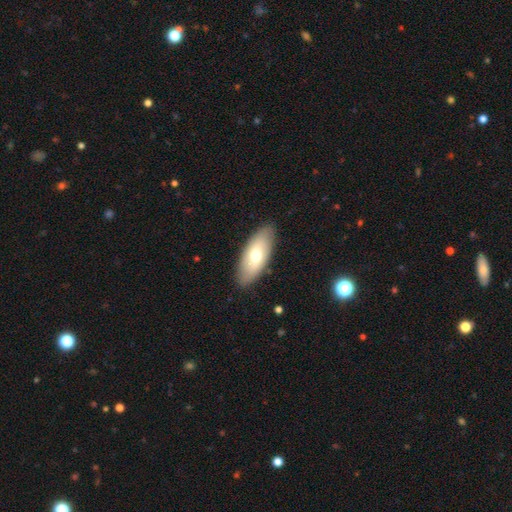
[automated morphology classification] A smooth galaxy with no disk features (65%) that is in between round and cigar-shaped (85%).

Vote fractions:
- Smooth or featured? smooth: 65% / featured or disk: 29% / star or artifact: 6%
- How rounded? in between: 85% / cigar-shaped: 12% / round: 2%
- Merging? none: 87% / minor disturbance: 10% / major disturbance: 2% / merger: 1%